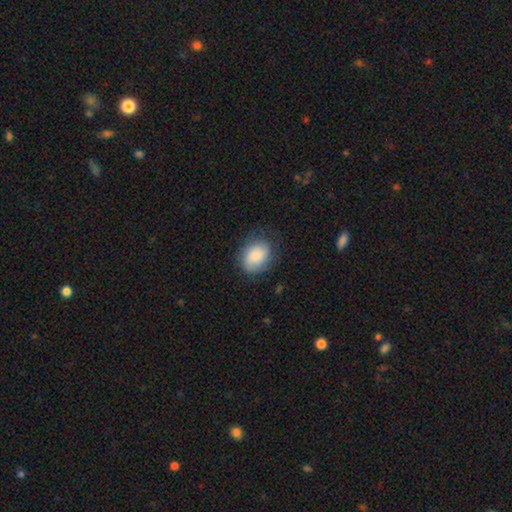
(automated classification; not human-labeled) Q: Smooth or featured?
A: smooth (81%); runner-up: featured or disk (12%)
Q: How rounded?
A: in between (58%); runner-up: round (41%)
Q: Merging?
A: none (74%); runner-up: minor disturbance (19%)